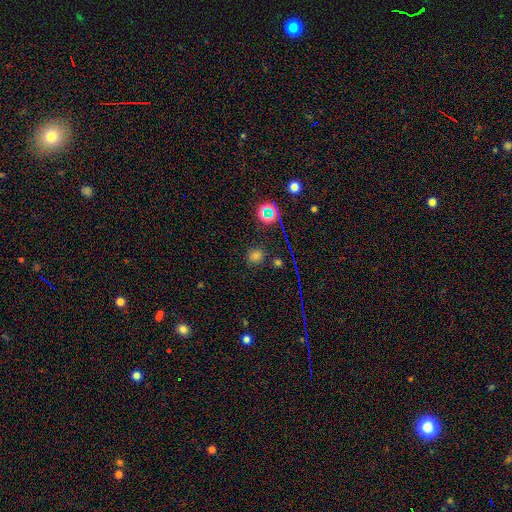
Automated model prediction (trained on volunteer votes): smooth_or_featured: smooth (p=0.65) [alt: star or artifact p=0.29]
how_rounded: round (p=0.82) [alt: in between p=0.17]
merging: none (p=0.83) [alt: minor disturbance p=0.10]